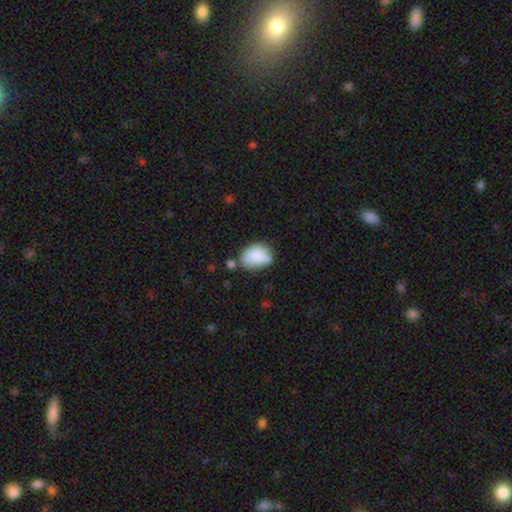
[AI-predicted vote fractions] Q: Smooth or featured?
A: smooth (81%); runner-up: featured or disk (11%)
Q: How rounded?
A: in between (74%); runner-up: round (25%)
Q: Merging?
A: none (51%); runner-up: minor disturbance (25%)